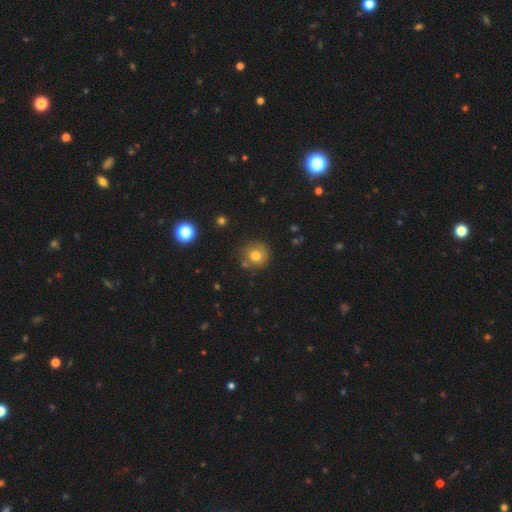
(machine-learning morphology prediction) Overall: smooth (77%). How rounded: round (91%). Merging: none (78%).